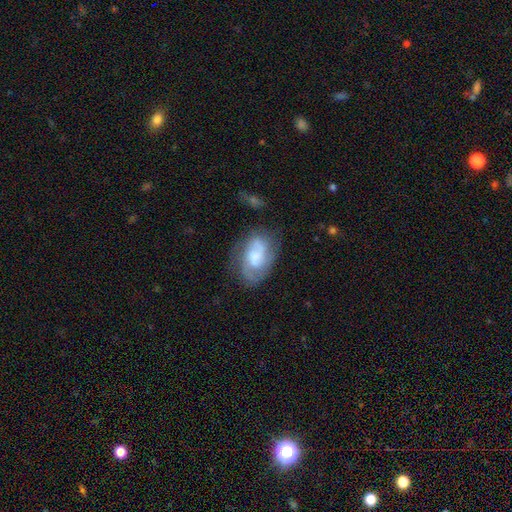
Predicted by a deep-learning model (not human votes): This is likely a featured or disk galaxy (60%). It is clearly not viewed edge-on (96%). Bar: likely no (61%). Spiral arm pattern: clearly yes (83%). Central bulge: marginally moderate (33%). Merging: possibly none (59%).